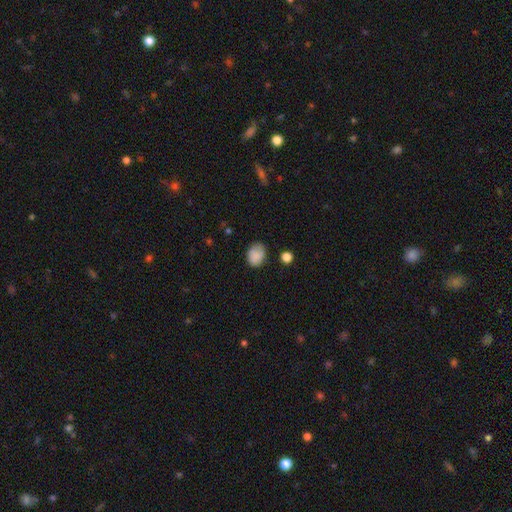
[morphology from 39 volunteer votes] Smooth or featured? smooth (90%)
How rounded? in between (54%)
Merging? none (70%)